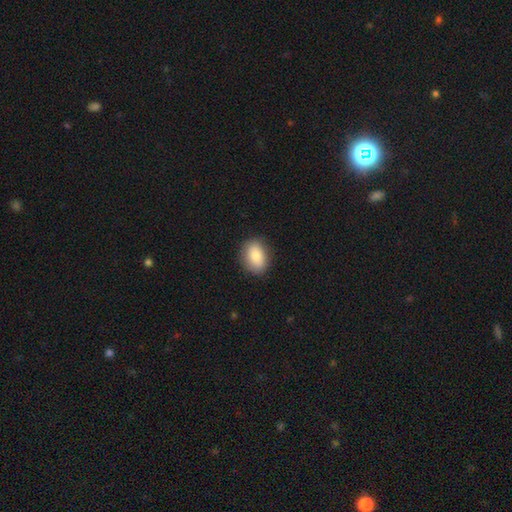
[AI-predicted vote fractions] Smooth or featured?
  - smooth: 82% *
  - featured or disk: 11%
  - star or artifact: 7%
How rounded?
  - in between: 73% *
  - round: 26%
  - cigar-shaped: 1%
Merging?
  - none: 85% *
  - minor disturbance: 11%
  - major disturbance: 3%
  - merger: 1%